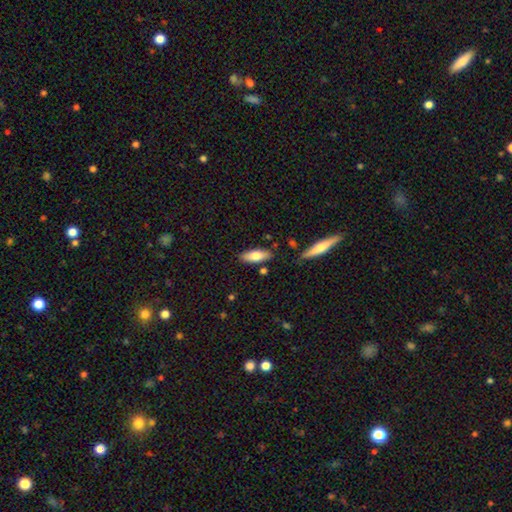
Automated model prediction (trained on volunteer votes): Morphology: type=smooth (71%); roundness=in between (66%); merging=none (82%).